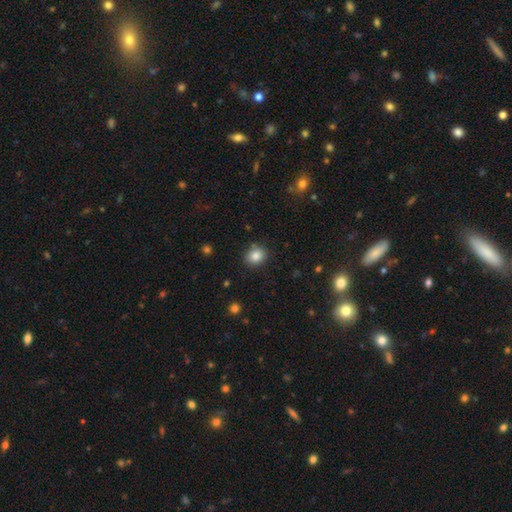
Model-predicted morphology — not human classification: A smooth galaxy with no disk features (84%) that is round (69%). Merging: none (84%).